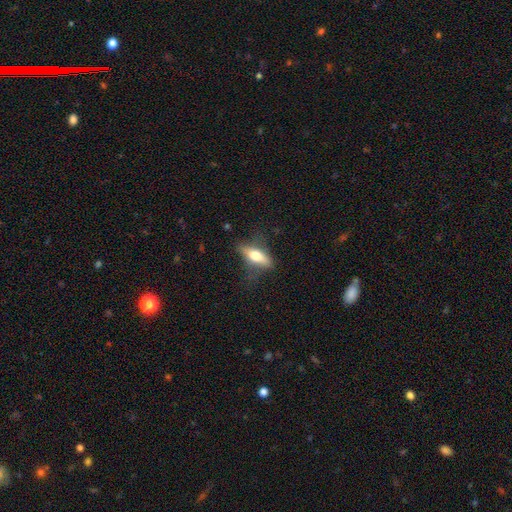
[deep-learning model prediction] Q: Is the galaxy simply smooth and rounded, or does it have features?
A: smooth — 56%.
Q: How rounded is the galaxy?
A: in between — 58%.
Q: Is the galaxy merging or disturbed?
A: none — 64%.